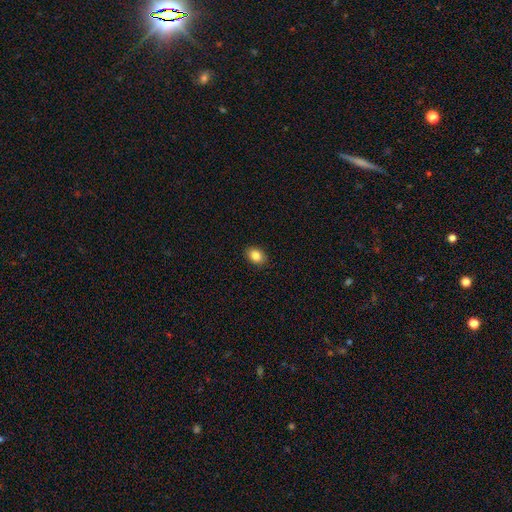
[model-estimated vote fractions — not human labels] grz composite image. It shows a smooth galaxy with no disk features (85%) that is in between round and cigar-shaped (76%). Merging: none (90%).